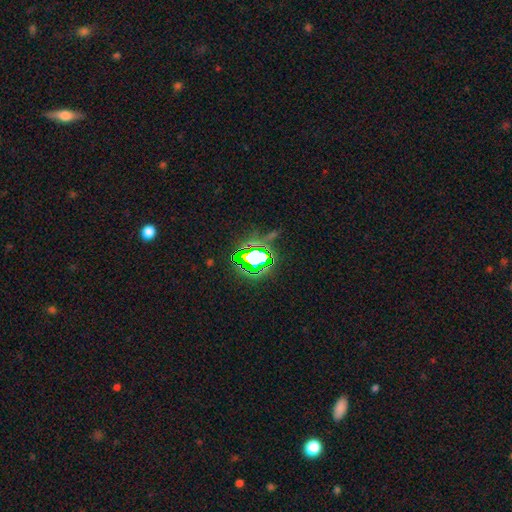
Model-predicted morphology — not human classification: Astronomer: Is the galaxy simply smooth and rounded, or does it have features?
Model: star or artifact — 66%.